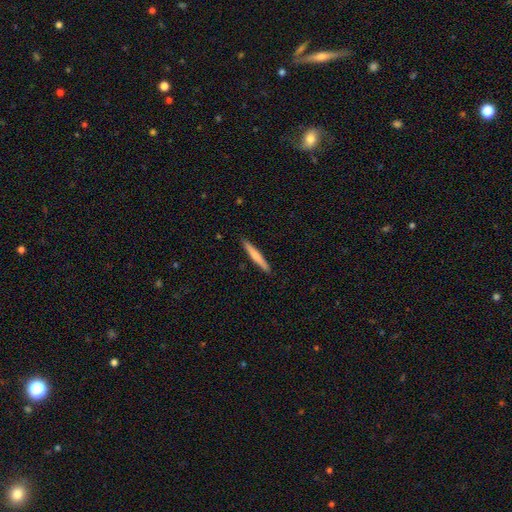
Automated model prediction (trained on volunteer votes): This appears to be a smooth galaxy with no disk features (64%) that is cigar-shaped (96%). Merging: none (91%).